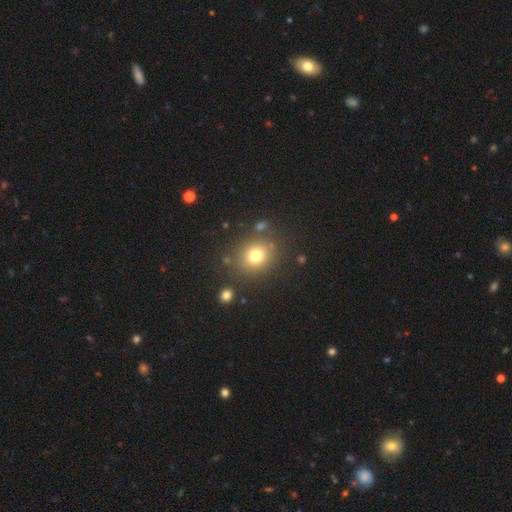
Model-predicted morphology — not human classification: Smooth or featured? Predicted: smooth (p=0.75). How rounded? Predicted: round (p=0.76). Merging? Predicted: none (p=0.81).